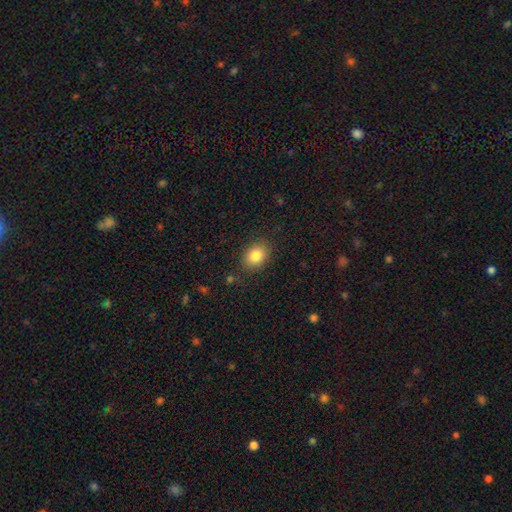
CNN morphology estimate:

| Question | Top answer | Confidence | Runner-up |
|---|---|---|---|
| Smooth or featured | smooth | 83% | star or artifact (9%) |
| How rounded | in between | 59% | round (40%) |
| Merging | none | 85% | minor disturbance (11%) |